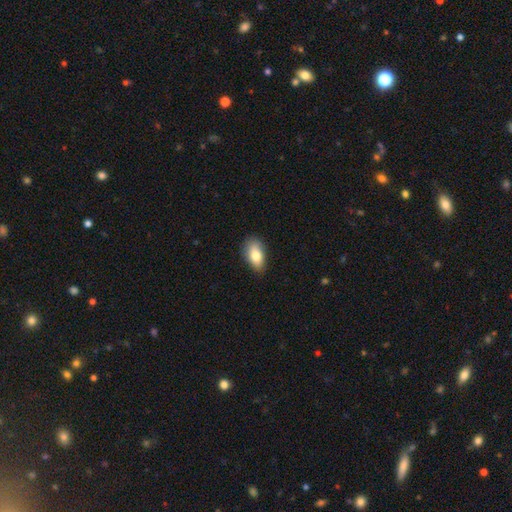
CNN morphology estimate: Smooth or featured: smooth — 81% (featured or disk — 12%)
How rounded: in between — 90% (round — 6%)
Merging: none — 81% (minor disturbance — 15%)